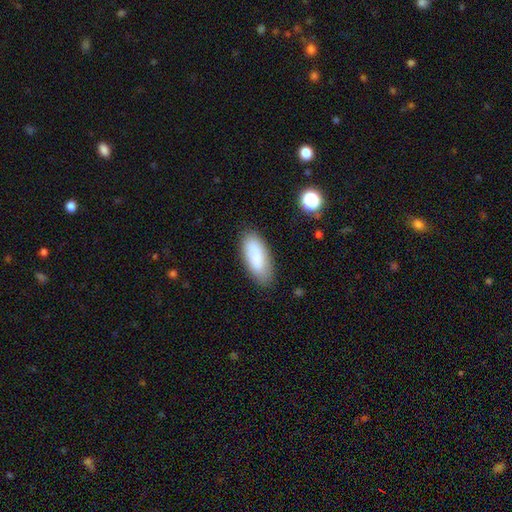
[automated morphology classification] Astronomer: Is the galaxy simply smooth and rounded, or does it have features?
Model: smooth — 82%.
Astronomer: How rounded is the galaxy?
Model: in between — 79%.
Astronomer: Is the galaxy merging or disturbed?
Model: none — 79%.